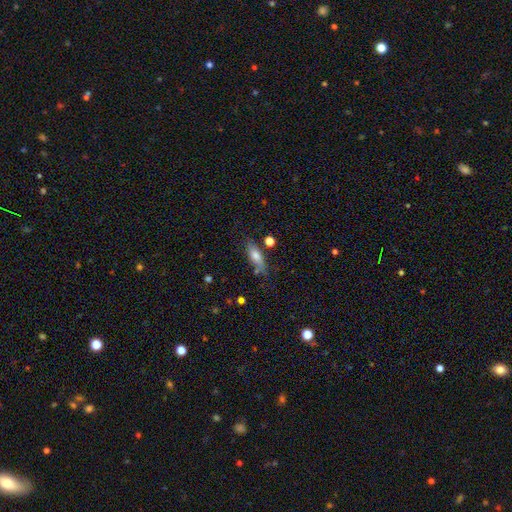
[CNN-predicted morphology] Smooth or featured? Predicted: smooth (p=0.68). How rounded? Predicted: in between (p=0.58). Merging? Predicted: none (p=0.70).